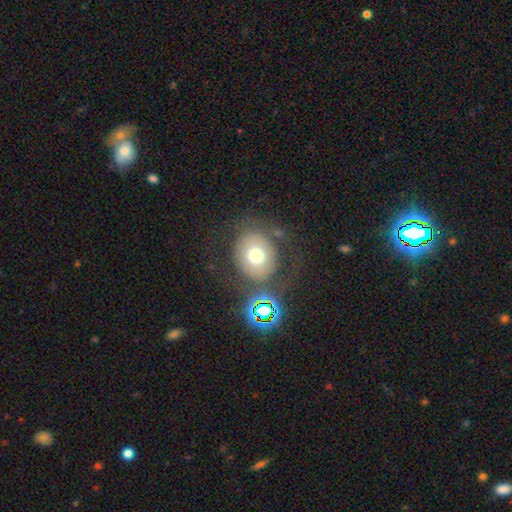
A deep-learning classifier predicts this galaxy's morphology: smooth-or-featured: smooth: 65% | featured or disk: 19% | star or artifact: 15%
  how-rounded: round: 69% | in between: 30% | cigar-shaped: 1%
  merging: none: 70% | minor disturbance: 13% | major disturbance: 10% | merger: 7%